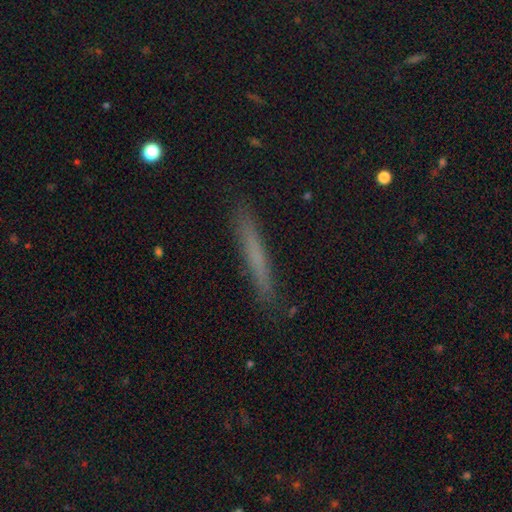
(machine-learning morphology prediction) The model was most divided on "smooth or featured": smooth: 61%, featured or disk: 30%, star or artifact: 9%. More confident: how rounded — cigar-shaped (96%); merging — none (89%).